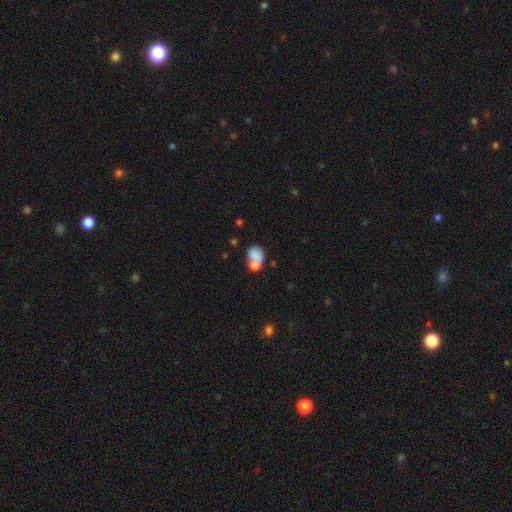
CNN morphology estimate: Smooth or featured? Predicted: smooth (p=0.71). How rounded? Predicted: in between (p=0.60). Merging? Predicted: merger (p=0.47).